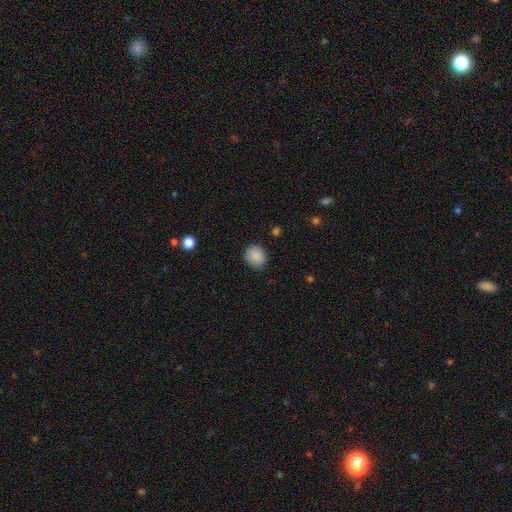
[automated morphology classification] smooth-or-featured: smooth: 88% | star or artifact: 9% | featured or disk: 3%
  how-rounded: round: 73% | in between: 26% | cigar-shaped: 1%
  merging: none: 84% | minor disturbance: 12% | major disturbance: 3% | merger: 1%